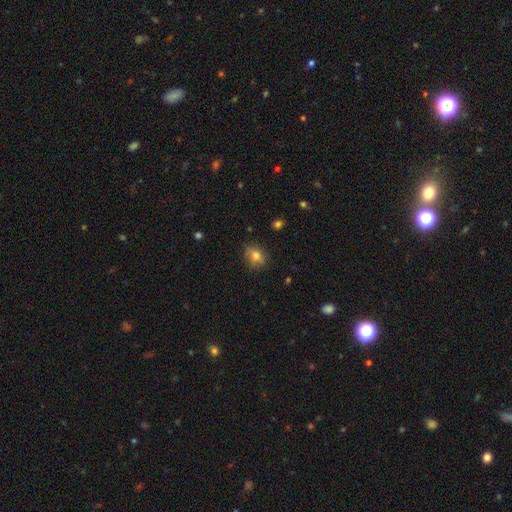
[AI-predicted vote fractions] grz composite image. It shows a smooth galaxy with no disk features (68%) that is round (55%). Merging: none (74%).